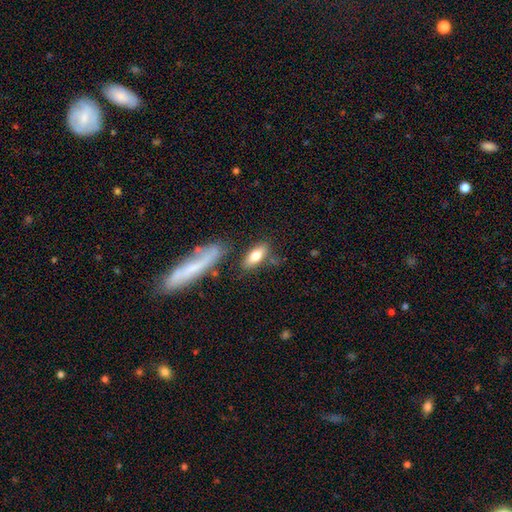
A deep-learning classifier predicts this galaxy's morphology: This is likely a smooth galaxy (75%). How rounded: likely in between (77%). Merging: likely none (69%).